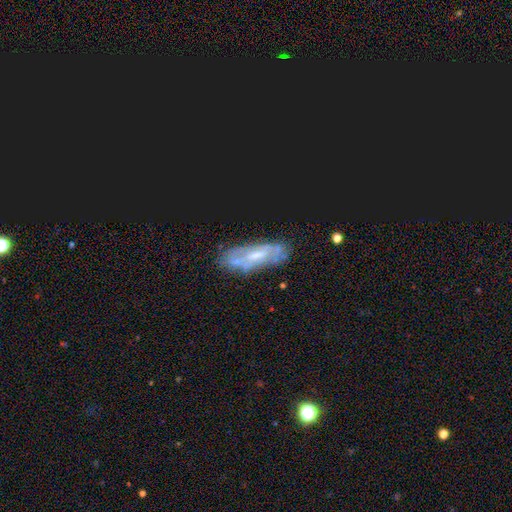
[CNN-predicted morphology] A featured or disk galaxy (65%) with no bar (46%), spiral arms (57%) and a small central bulge (51%). Merging: none (72%).